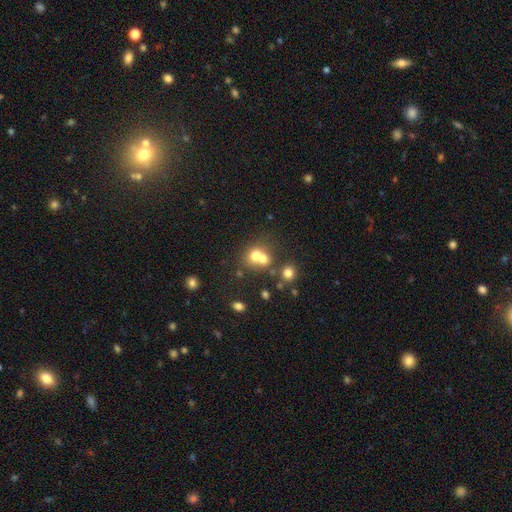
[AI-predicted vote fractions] Smooth or featured? Predicted: smooth (p=0.66). How rounded? Predicted: round (p=0.71). Merging? Predicted: merger (p=0.58).